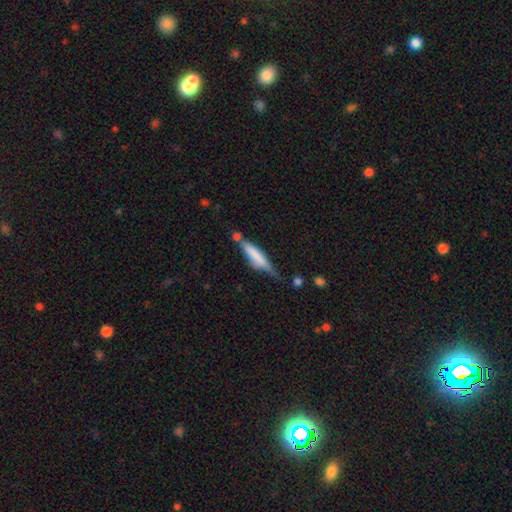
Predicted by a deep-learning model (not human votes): smooth 66%, featured or disk 28%, star or artifact 6%. Down the decision tree: how rounded — cigar-shaped (80%); merging — none (42%).